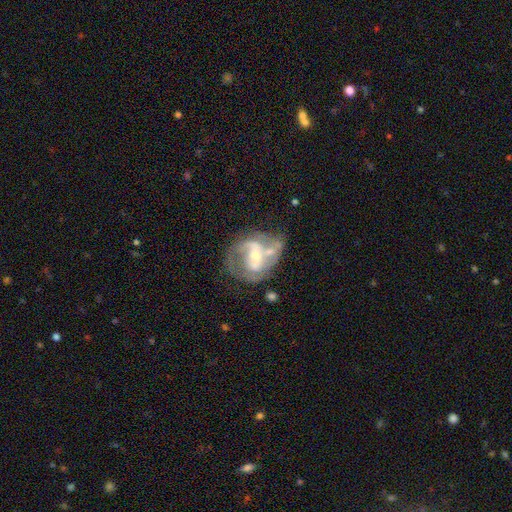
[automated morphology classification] Overall: featured or disk (79%). Edge-on disk: no (97%). Bar: weak (39%; no 38%). Spiral arms: yes (77%). Spiral arm count: 2 (55%; can't tell 22%). Spiral winding: medium (45%; tight 29%). Bulge size: moderate (48%; small 46%). Merging: none (39%; major disturbance 23%).